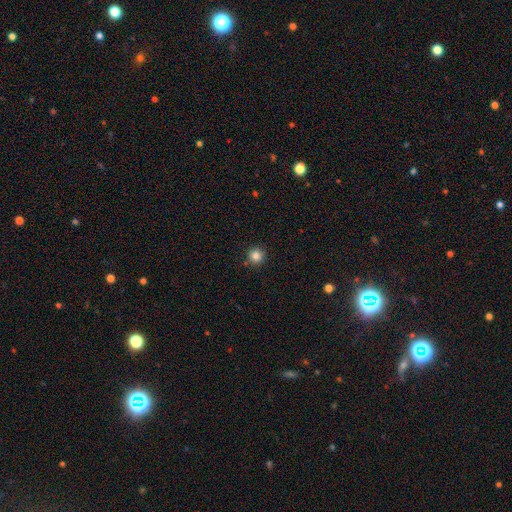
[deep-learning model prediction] This is clearly a smooth galaxy (85%). How rounded: clearly round (95%). Merging: clearly none (91%).